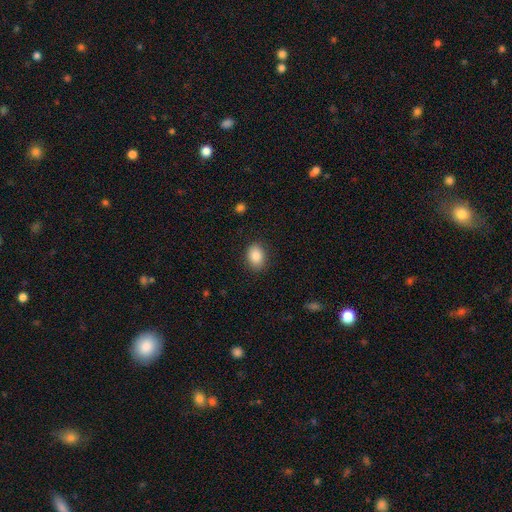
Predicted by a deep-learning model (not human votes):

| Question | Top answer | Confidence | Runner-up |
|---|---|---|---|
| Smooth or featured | smooth | 86% | star or artifact (8%) |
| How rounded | in between | 73% | round (26%) |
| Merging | none | 86% | minor disturbance (10%) |